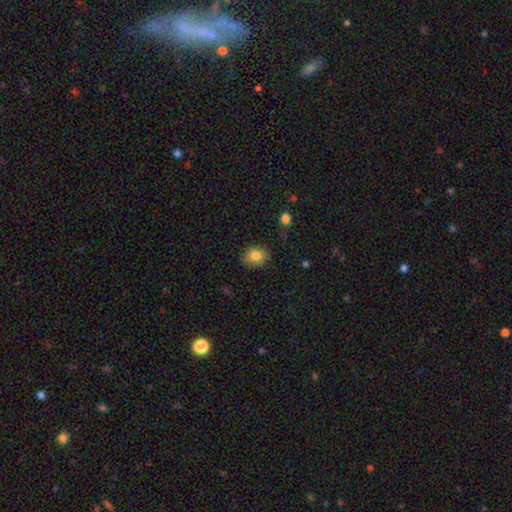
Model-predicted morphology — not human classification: This is clearly a smooth galaxy (82%). How rounded: possibly round (51%). Merging: clearly none (83%).